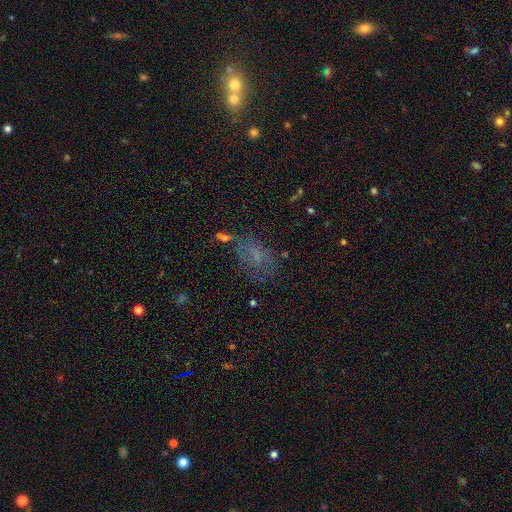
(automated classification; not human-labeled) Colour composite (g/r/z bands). It shows a smooth galaxy with no disk features (41%). Merging: none (46%).